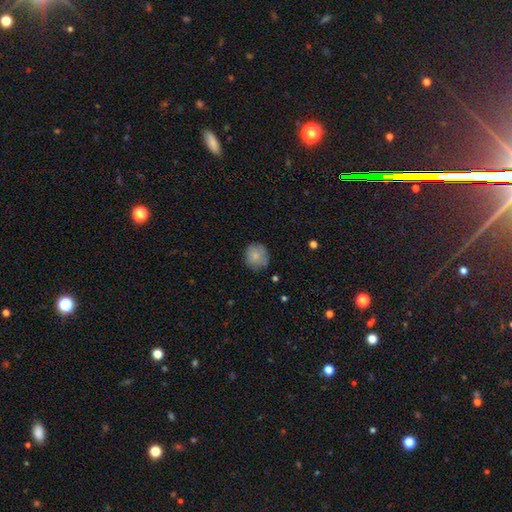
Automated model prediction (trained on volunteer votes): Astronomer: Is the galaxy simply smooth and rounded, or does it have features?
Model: smooth — 79%.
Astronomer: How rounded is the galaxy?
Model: round — 88%.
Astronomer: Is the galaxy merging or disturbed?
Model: none — 73%.